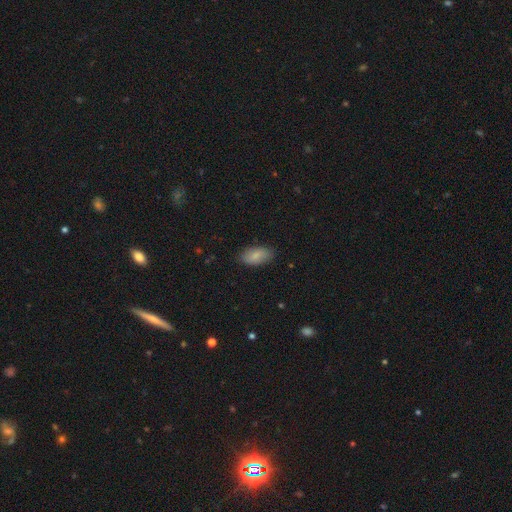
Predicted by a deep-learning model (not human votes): The model was most divided on "merging": none: 85%, minor disturbance: 11%, major disturbance: 2%, merger: 1%. More confident: how rounded — in between (93%); smooth or featured — smooth (84%).